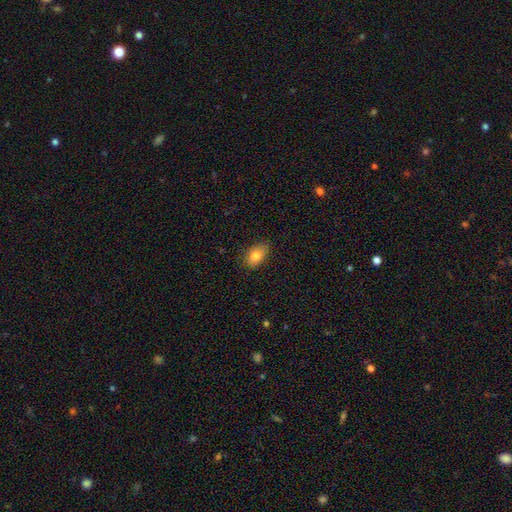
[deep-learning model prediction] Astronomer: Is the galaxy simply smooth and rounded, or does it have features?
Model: smooth — 80%.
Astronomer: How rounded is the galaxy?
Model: in between — 87%.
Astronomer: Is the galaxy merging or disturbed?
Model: none — 82%.